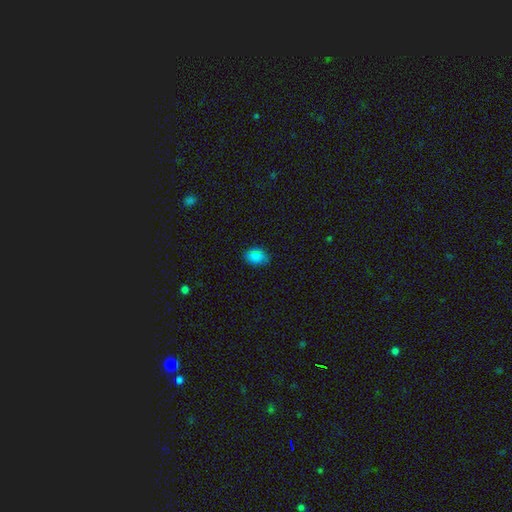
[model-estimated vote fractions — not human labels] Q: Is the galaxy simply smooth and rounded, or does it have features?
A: smooth — 85%.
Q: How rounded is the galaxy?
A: in between — 79%.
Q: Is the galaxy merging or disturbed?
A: none — 79%.